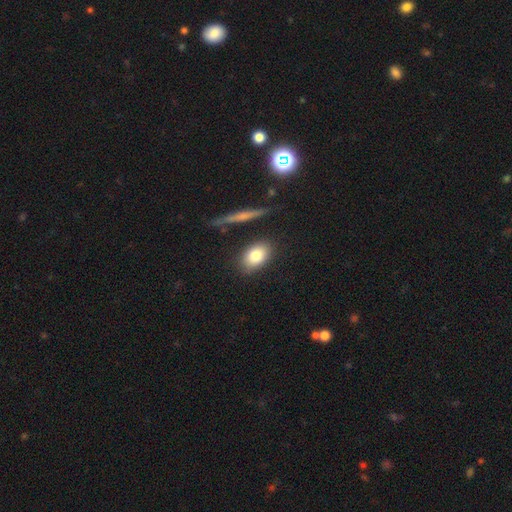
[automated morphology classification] Smooth or featured: smooth — 80% (featured or disk — 12%)
How rounded: in between — 78% (round — 18%)
Merging: none — 81% (minor disturbance — 12%)